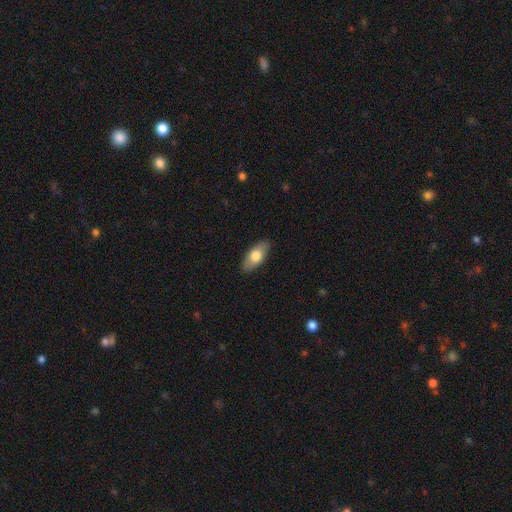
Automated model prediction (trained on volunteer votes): A smooth galaxy with no disk features (72%) that is in between round and cigar-shaped (87%).

Vote fractions:
- Smooth or featured? smooth: 72% / featured or disk: 22% / star or artifact: 6%
- How rounded? in between: 87% / cigar-shaped: 10% / round: 3%
- Merging? none: 87% / minor disturbance: 10% / major disturbance: 2% / merger: 1%